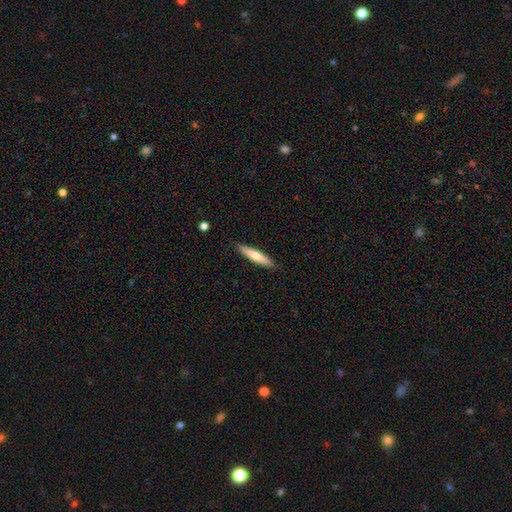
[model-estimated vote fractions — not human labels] smooth_or_featured: smooth (p=0.62) [alt: featured or disk p=0.33]
how_rounded: cigar-shaped (p=0.87) [alt: in between p=0.12]
merging: none (p=0.89) [alt: minor disturbance p=0.08]